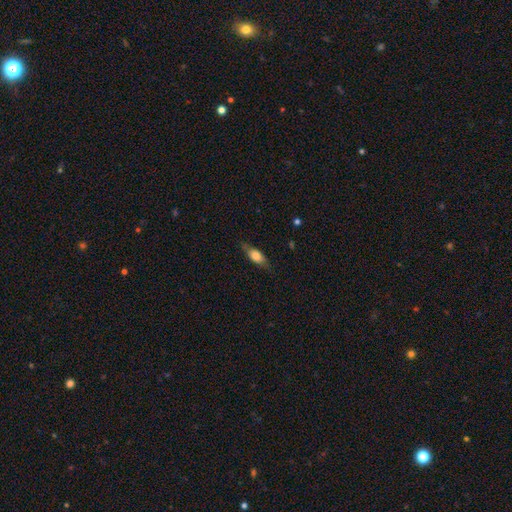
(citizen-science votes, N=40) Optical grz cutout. It shows a smooth galaxy with no disk features (62%) that is in between round and cigar-shaped (72%). Merging: none (84%).